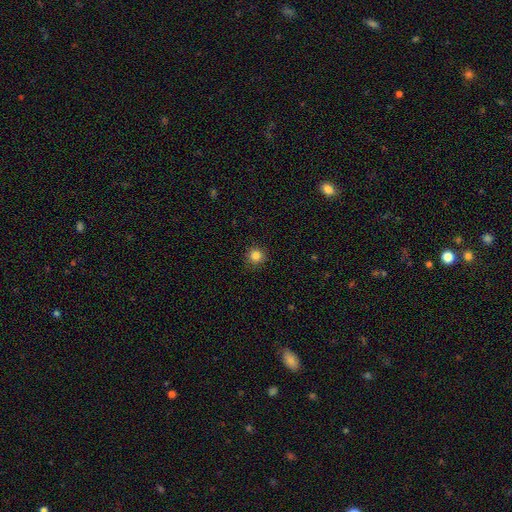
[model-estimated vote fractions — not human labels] Q: Smooth or featured?
A: smooth (84%); runner-up: star or artifact (12%)
Q: How rounded?
A: round (94%); runner-up: in between (5%)
Q: Merging?
A: none (90%); runner-up: minor disturbance (7%)